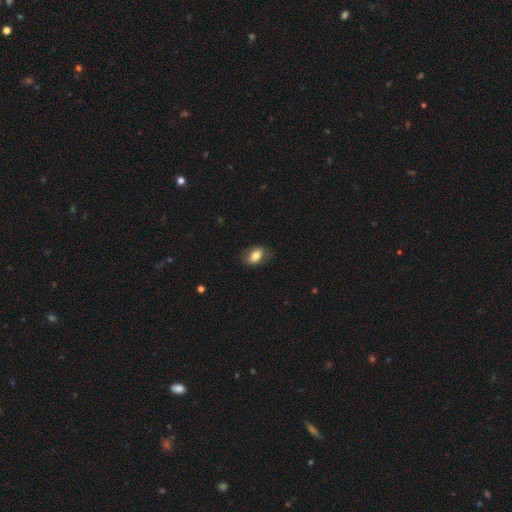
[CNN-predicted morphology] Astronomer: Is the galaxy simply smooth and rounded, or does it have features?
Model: smooth — 78%.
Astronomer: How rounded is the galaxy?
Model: in between — 82%.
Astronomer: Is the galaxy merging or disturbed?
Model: none — 76%.